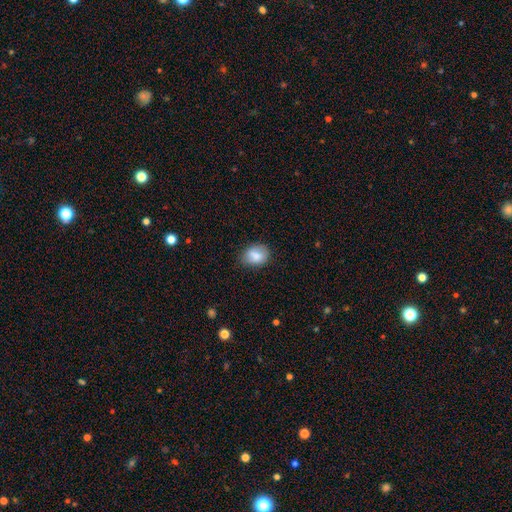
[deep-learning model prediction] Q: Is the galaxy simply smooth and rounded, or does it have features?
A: smooth — 82%.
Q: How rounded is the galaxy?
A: in between — 67%.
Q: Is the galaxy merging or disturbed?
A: none — 74%.